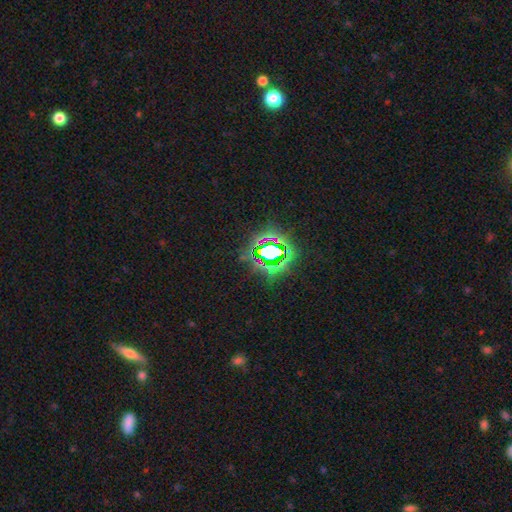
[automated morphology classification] Smooth or featured? star or artifact (80%)